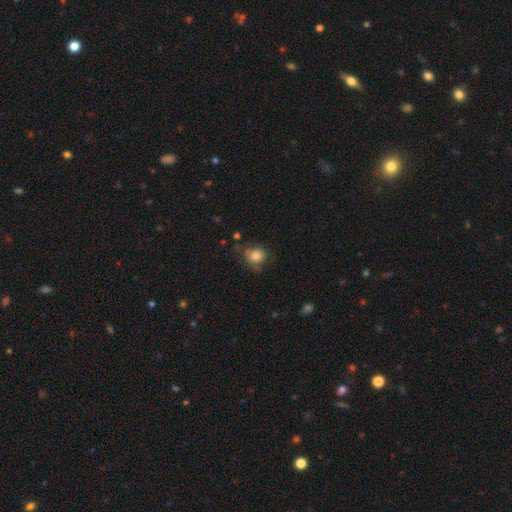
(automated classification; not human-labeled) Smooth or featured? Predicted: smooth (p=0.80). How rounded? Predicted: round (p=0.76). Merging? Predicted: none (p=0.61).